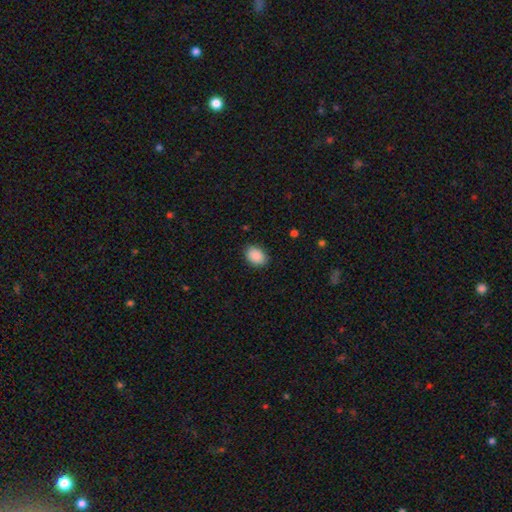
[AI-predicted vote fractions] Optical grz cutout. It shows a smooth galaxy with no disk features (90%) that is in between round and cigar-shaped (72%). Merging: none (85%).